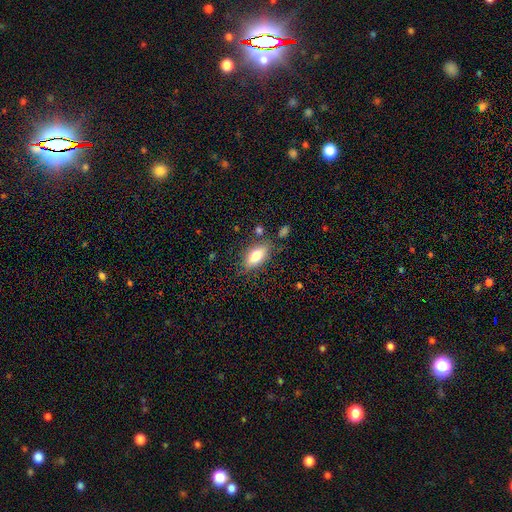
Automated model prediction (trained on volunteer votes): Morphology: type=smooth (74%); roundness=in between (81%); merging=none (75%).